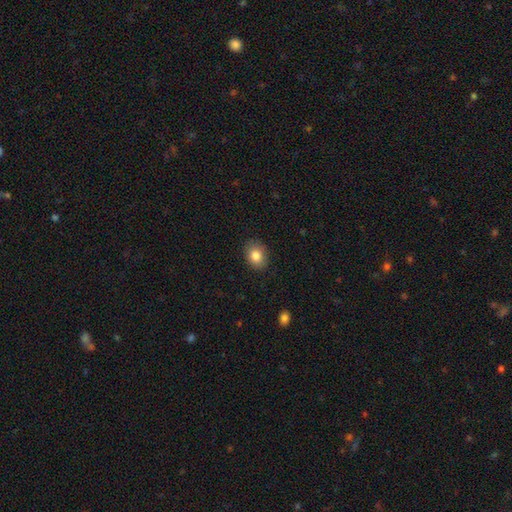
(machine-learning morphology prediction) A smooth galaxy with no disk features (84%) that is in between round and cigar-shaped (62%).

Vote fractions:
- Smooth or featured? smooth: 84% / star or artifact: 9% / featured or disk: 7%
- How rounded? in between: 62% / round: 37% / cigar-shaped: 1%
- Merging? none: 86% / minor disturbance: 11% / major disturbance: 2% / merger: 1%